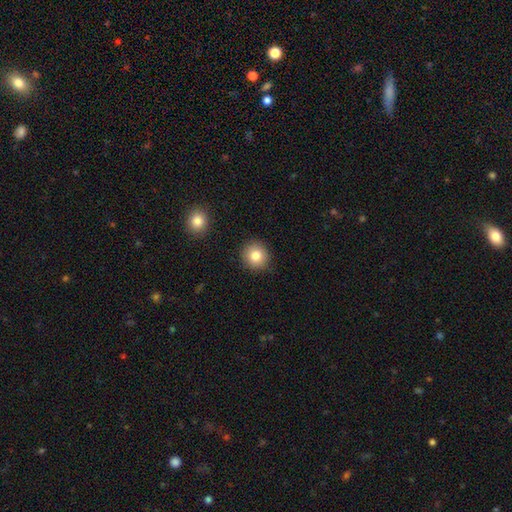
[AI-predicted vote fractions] The model was most divided on "smooth or featured": smooth: 83%, star or artifact: 9%, featured or disk: 7%. More confident: how rounded — round (91%); merging — none (90%).